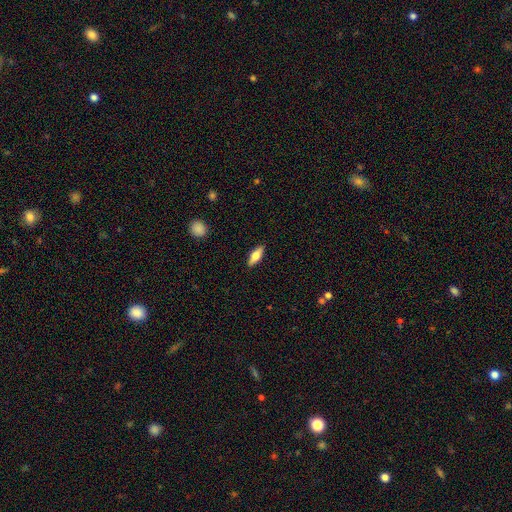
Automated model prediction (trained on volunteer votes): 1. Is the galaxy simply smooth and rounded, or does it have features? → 62% smooth, 31% featured or disk, 6% star or artifact.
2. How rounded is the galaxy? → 64% in between, 33% cigar-shaped, 3% round.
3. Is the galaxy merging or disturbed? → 89% none, 8% minor disturbance, 2% major disturbance, 1% merger.